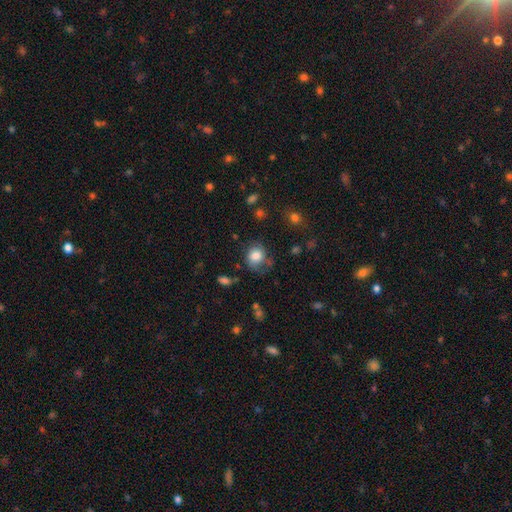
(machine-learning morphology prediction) Q: Smooth or featured?
A: smooth (77%); runner-up: featured or disk (14%)
Q: How rounded?
A: round (70%); runner-up: in between (29%)
Q: Merging?
A: none (60%); runner-up: minor disturbance (25%)